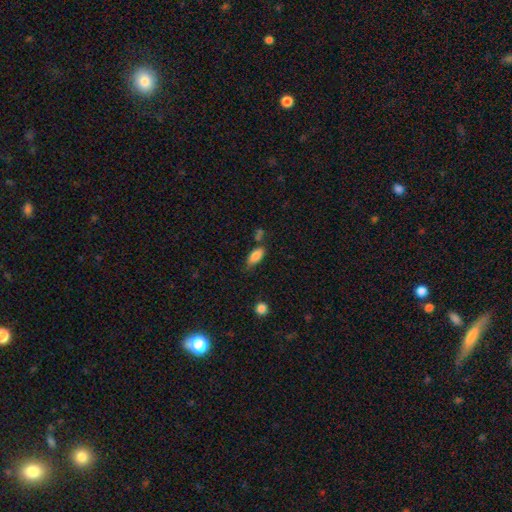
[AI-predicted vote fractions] Smooth or featured: smooth — 83% (featured or disk — 10%)
How rounded: in between — 81% (cigar-shaped — 16%)
Merging: none — 59% (minor disturbance — 26%)